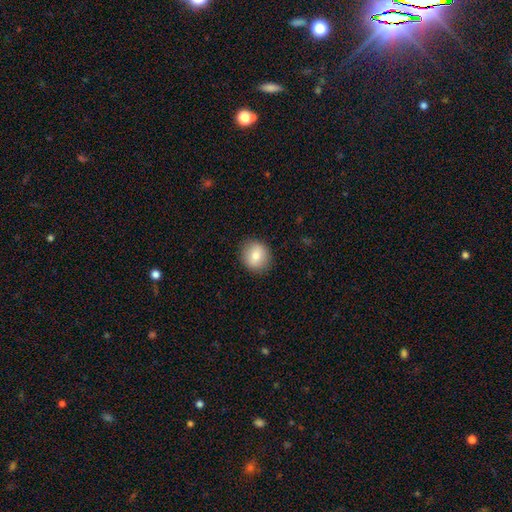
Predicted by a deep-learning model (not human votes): smooth 79%, featured or disk 13%, star or artifact 9%. Down the decision tree: how rounded — round (80%); merging — none (89%).